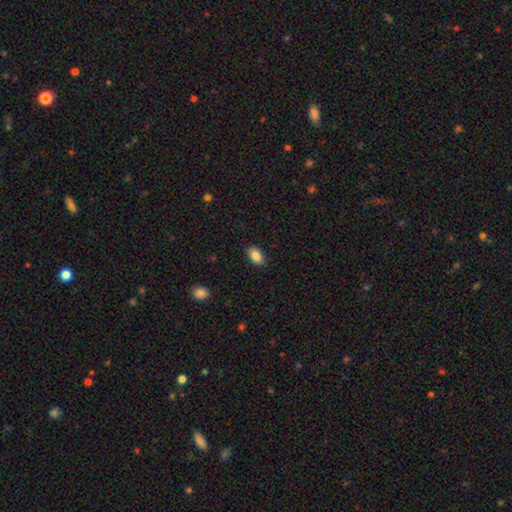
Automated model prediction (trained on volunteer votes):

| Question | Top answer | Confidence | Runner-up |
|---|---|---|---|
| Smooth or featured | smooth | 87% | star or artifact (8%) |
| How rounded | in between | 91% | round (7%) |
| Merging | none | 88% | minor disturbance (9%) |